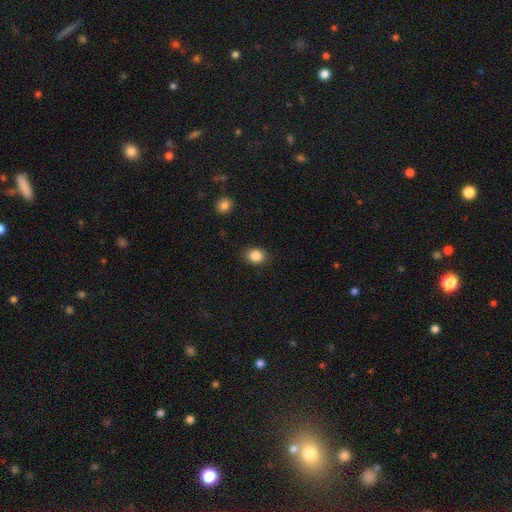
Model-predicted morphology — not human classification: A smooth galaxy with no disk features (86%) that is round (51%). Merging: none (87%).